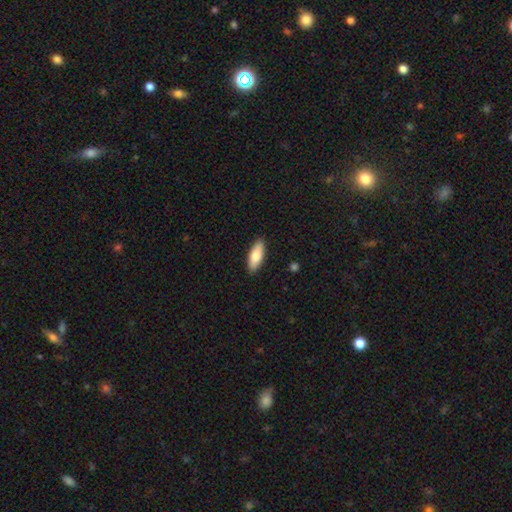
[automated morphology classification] smooth-or-featured: smooth: 78% | featured or disk: 16% | star or artifact: 6%
  how-rounded: in between: 73% | cigar-shaped: 25% | round: 2%
  merging: none: 90% | minor disturbance: 8% | major disturbance: 2% | merger: 1%